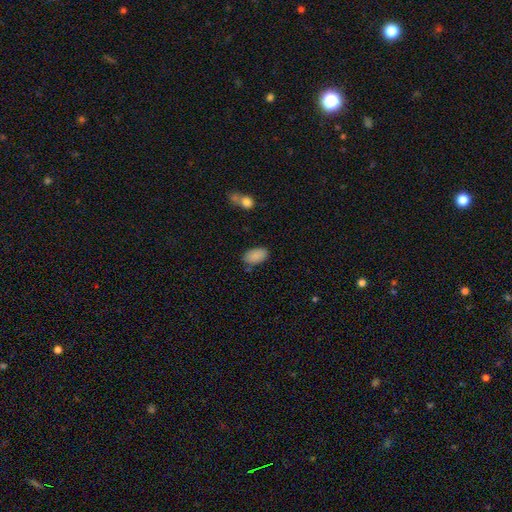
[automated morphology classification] smooth_or_featured: smooth (p=0.88) [alt: star or artifact p=0.07]
how_rounded: in between (p=0.94) [alt: round p=0.05]
merging: none (p=0.78) [alt: minor disturbance p=0.14]